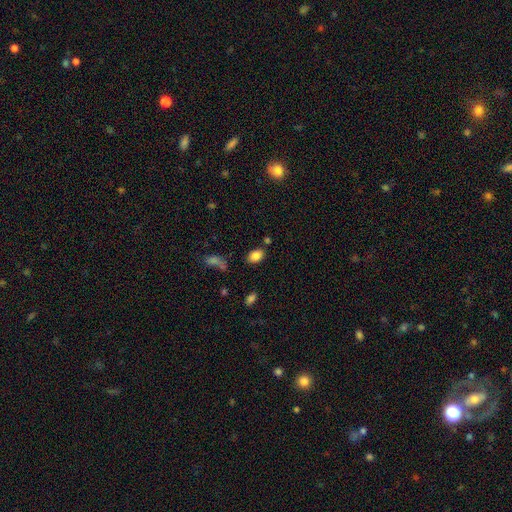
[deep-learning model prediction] Morphology: type=smooth (84%); roundness=in between (85%); merging=none (78%).